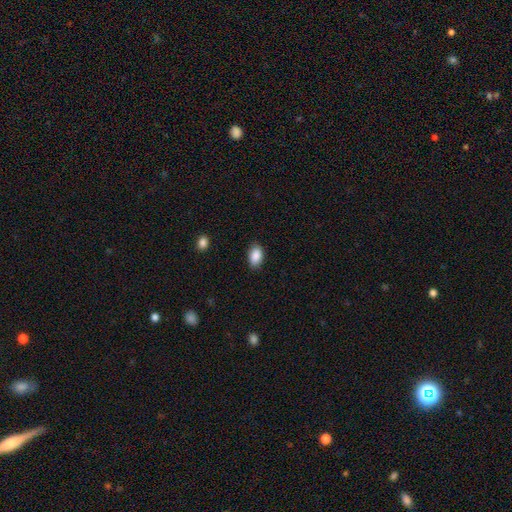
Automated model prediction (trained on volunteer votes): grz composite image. It shows a smooth galaxy with no disk features (89%) that is in between round and cigar-shaped (91%). Merging: none (87%).